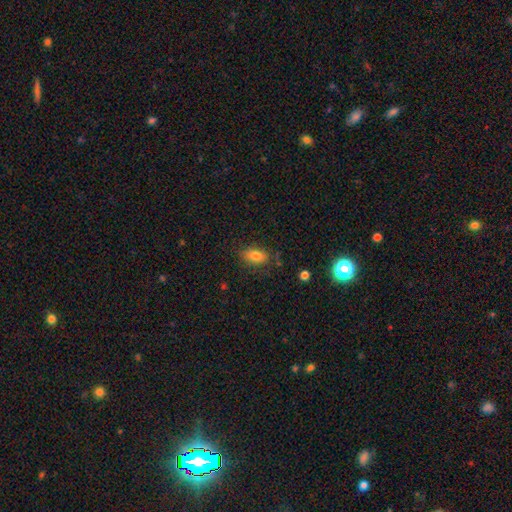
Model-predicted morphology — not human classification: Smooth or featured? smooth (81%)
How rounded? in between (87%)
Merging? none (79%)